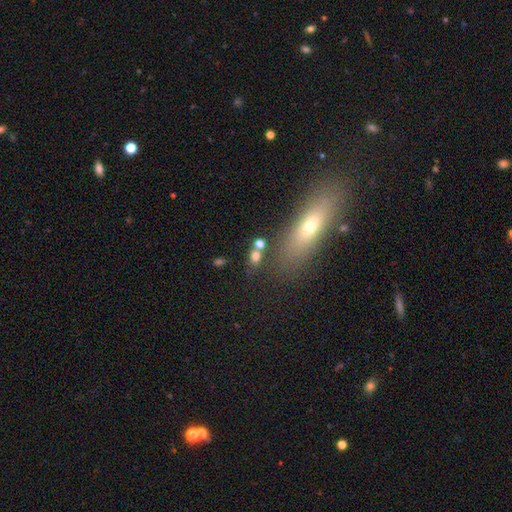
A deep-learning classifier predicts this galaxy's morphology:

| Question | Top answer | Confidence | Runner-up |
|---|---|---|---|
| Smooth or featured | smooth | 74% | star or artifact (14%) |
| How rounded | in between | 54% | round (39%) |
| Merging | none | 58% | merger (23%) |